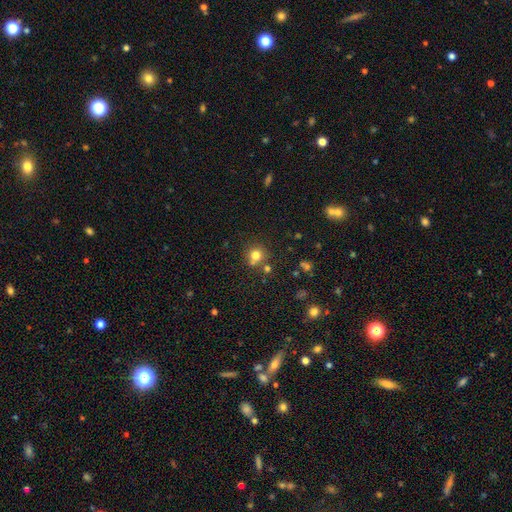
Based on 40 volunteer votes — Overall: smooth (85%). How rounded: round (91%). Merging: none (81%).